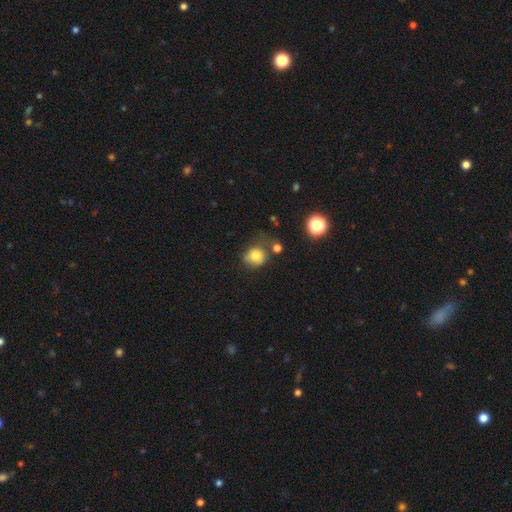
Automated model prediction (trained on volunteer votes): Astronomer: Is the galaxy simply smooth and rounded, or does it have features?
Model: smooth — 80%.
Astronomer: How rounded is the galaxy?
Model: round — 70%.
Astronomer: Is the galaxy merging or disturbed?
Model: none — 51% (runner-up: minor disturbance, 26%).